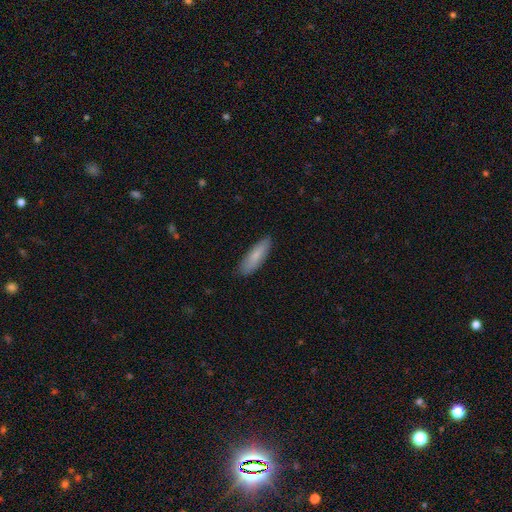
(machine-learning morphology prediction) Smooth or featured? Predicted: smooth (p=0.79). How rounded? Predicted: cigar-shaped (p=0.53). Merging? Predicted: none (p=0.86).